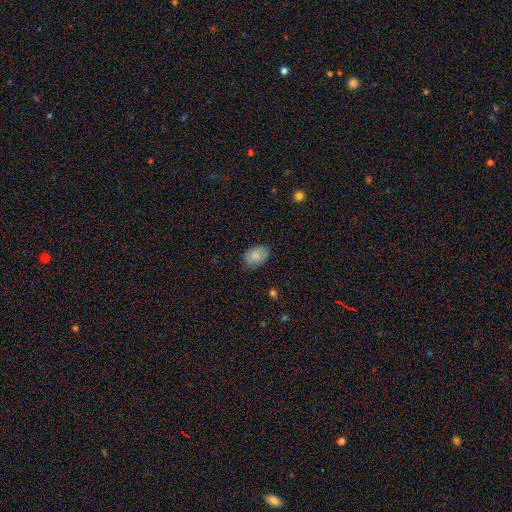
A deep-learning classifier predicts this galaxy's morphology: A smooth galaxy with no disk features (84%) that is in between round and cigar-shaped (82%).

Vote fractions:
- Smooth or featured? smooth: 84% / featured or disk: 9% / star or artifact: 7%
- How rounded? in between: 82% / round: 17% / cigar-shaped: 1%
- Merging? none: 80% / minor disturbance: 16% / major disturbance: 3% / merger: 1%